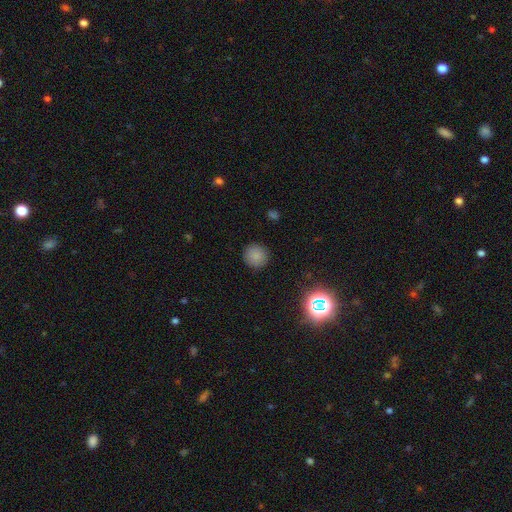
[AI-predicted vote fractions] Smooth or featured: smooth — 83% (star or artifact — 12%)
How rounded: round — 94% (in between — 5%)
Merging: none — 91% (minor disturbance — 6%)